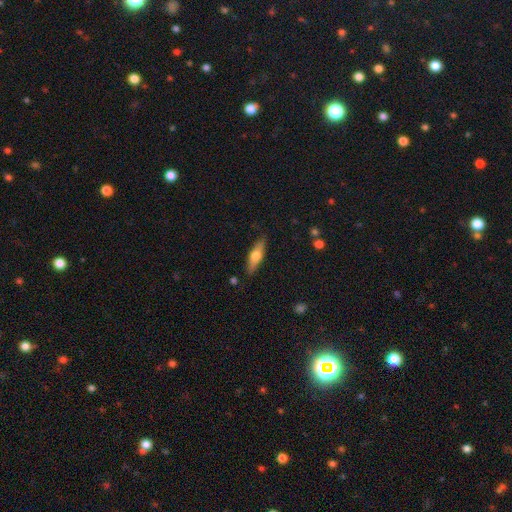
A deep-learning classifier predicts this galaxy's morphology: The model was most divided on "smooth or featured": smooth: 51%, featured or disk: 43%, star or artifact: 6%. More confident: merging — none (86%); how rounded — cigar-shaped (58%).